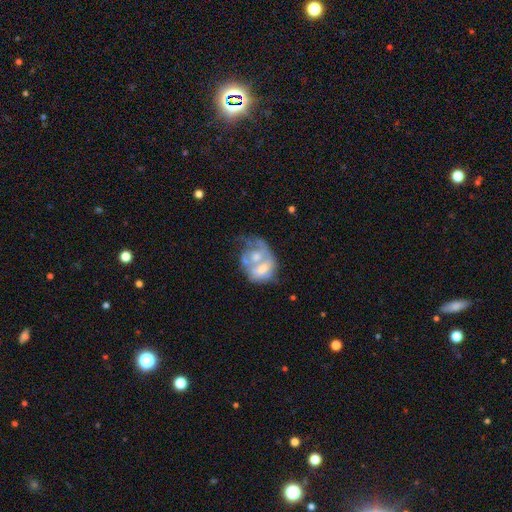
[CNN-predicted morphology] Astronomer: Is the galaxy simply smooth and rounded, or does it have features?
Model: featured or disk — 60%.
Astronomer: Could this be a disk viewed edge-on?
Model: no — 97%.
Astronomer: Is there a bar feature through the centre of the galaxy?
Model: no — 77%.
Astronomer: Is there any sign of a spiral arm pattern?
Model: no — 66%.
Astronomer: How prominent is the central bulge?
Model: moderate — 53%.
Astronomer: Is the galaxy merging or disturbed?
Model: merger — 57%.